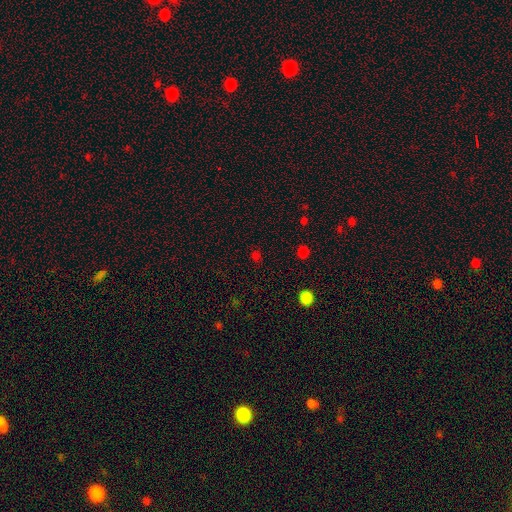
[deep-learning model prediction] smooth_or_featured: smooth (p=0.52) [alt: star or artifact p=0.42]
how_rounded: round (p=0.70) [alt: in between p=0.28]
merging: none (p=0.81) [alt: minor disturbance p=0.11]